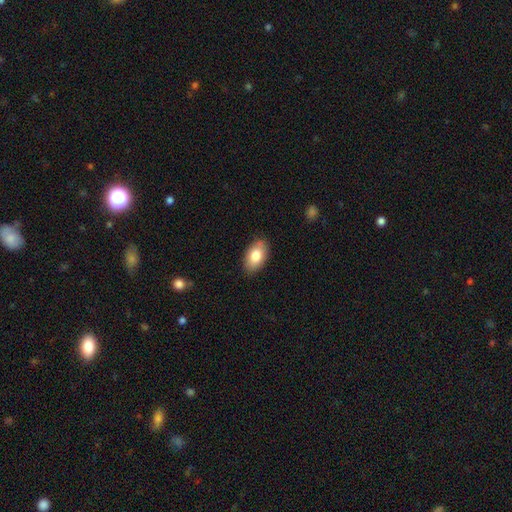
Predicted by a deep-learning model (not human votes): smooth_or_featured: smooth (p=0.81) [alt: featured or disk p=0.13]
how_rounded: in between (p=0.93) [alt: round p=0.05]
merging: none (p=0.87) [alt: minor disturbance p=0.10]